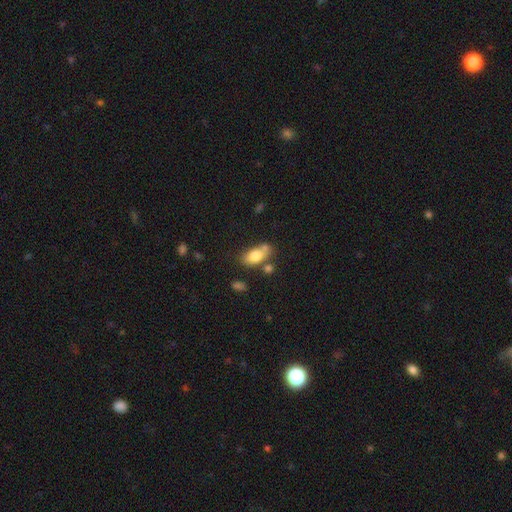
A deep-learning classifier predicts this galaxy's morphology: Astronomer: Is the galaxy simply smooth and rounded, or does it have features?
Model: smooth — 77%.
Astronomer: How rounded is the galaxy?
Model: in between — 87%.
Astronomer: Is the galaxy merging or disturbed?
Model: none — 53%.